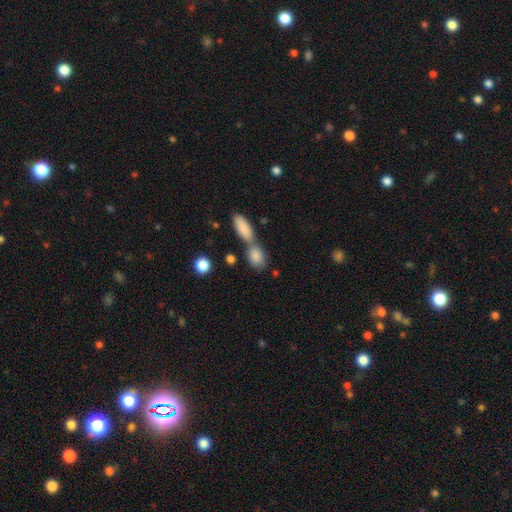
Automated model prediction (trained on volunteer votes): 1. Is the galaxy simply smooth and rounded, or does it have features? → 85% smooth, 8% featured or disk, 7% star or artifact.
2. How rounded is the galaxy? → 79% in between, 14% round, 8% cigar-shaped.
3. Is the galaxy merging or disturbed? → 47% merger, 39% none, 10% minor disturbance, 4% major disturbance.